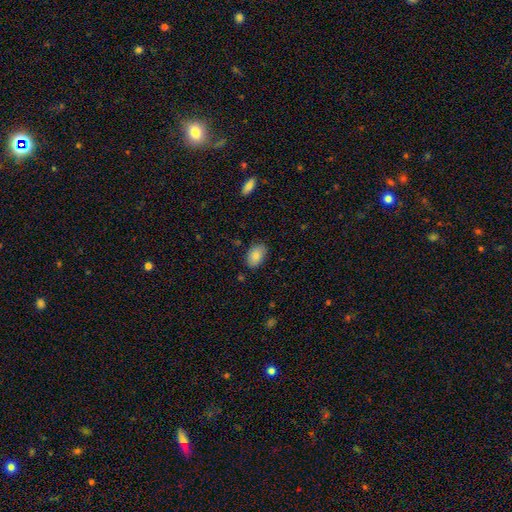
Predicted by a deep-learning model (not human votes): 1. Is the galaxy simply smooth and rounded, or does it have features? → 86% smooth, 7% star or artifact, 7% featured or disk.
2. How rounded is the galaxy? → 90% in between, 8% round, 1% cigar-shaped.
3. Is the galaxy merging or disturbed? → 84% none, 12% minor disturbance, 3% major disturbance, 1% merger.